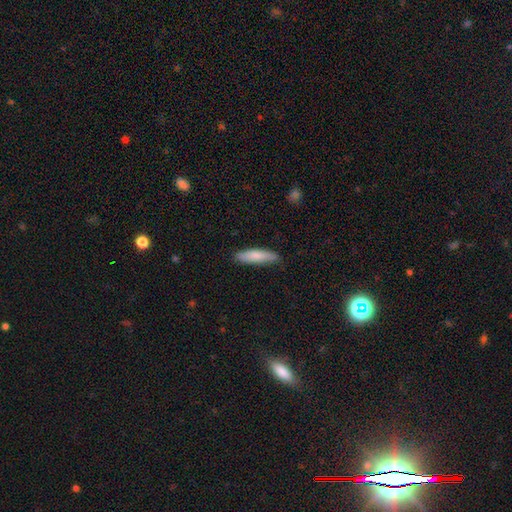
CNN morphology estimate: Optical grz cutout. It shows a smooth galaxy with no disk features (82%) that is cigar-shaped (74%). Merging: none (86%).